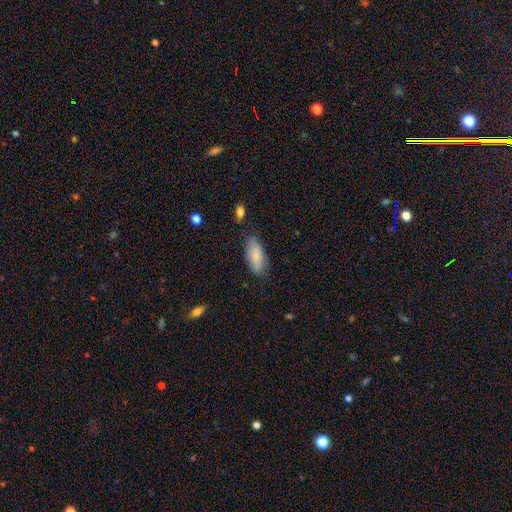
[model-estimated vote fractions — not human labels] A smooth galaxy with no disk features (81%) that is in between round and cigar-shaped (75%).

Vote fractions:
- Smooth or featured? smooth: 81% / featured or disk: 12% / star or artifact: 6%
- How rounded? in between: 75% / cigar-shaped: 23% / round: 2%
- Merging? none: 70% / minor disturbance: 23% / major disturbance: 5% / merger: 2%